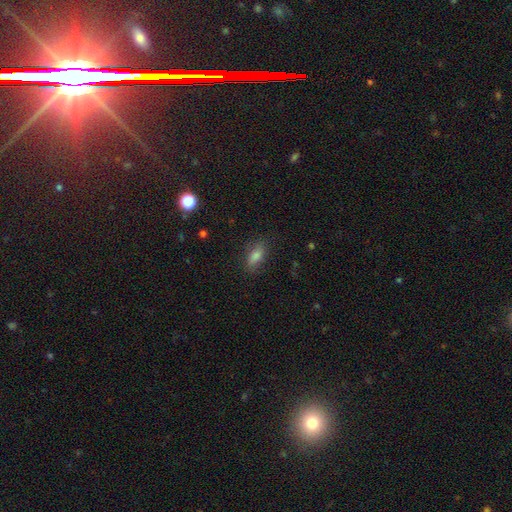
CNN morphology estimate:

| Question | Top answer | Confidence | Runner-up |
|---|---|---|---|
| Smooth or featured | smooth | 70% | featured or disk (16%) |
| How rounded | in between | 74% | cigar-shaped (18%) |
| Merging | none | 80% | minor disturbance (14%) |